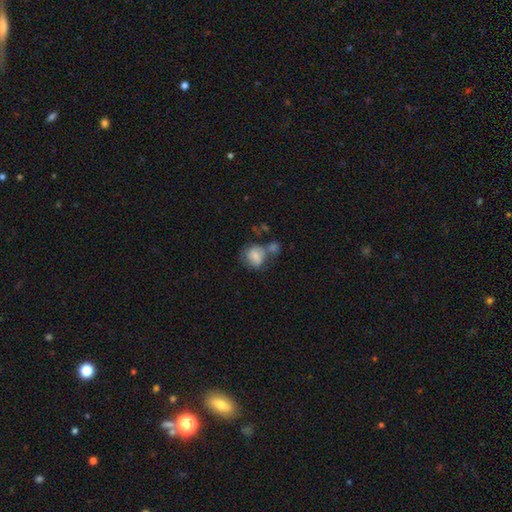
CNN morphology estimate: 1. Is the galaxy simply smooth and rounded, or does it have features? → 74% smooth, 18% featured or disk, 8% star or artifact.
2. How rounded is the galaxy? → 67% round, 32% in between, 1% cigar-shaped.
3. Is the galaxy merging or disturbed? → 35% none (tied), 35% merger (tied), 19% minor disturbance, 11% major disturbance.